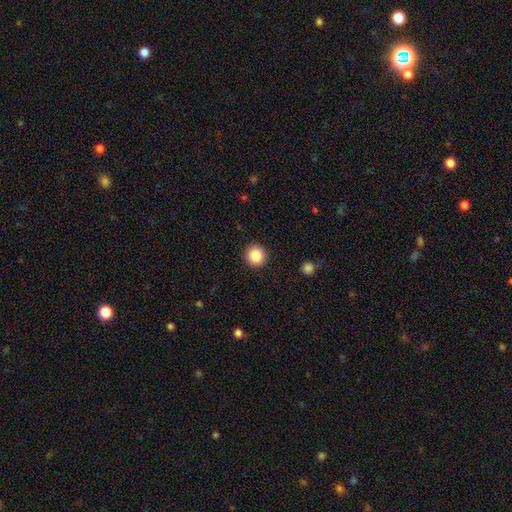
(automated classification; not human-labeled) smooth 87%, star or artifact 9%, featured or disk 4%. Down the decision tree: how rounded — round (95%); merging — none (92%).